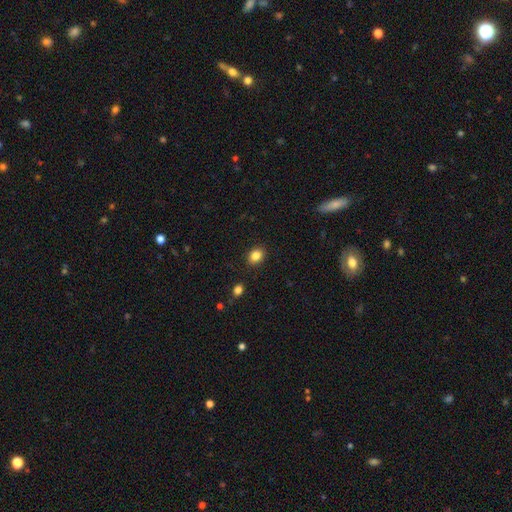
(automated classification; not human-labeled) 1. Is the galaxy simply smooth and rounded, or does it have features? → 84% smooth, 10% star or artifact, 6% featured or disk.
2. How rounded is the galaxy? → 54% in between, 45% round, 1% cigar-shaped.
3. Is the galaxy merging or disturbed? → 88% none, 8% minor disturbance, 2% major disturbance, 1% merger.